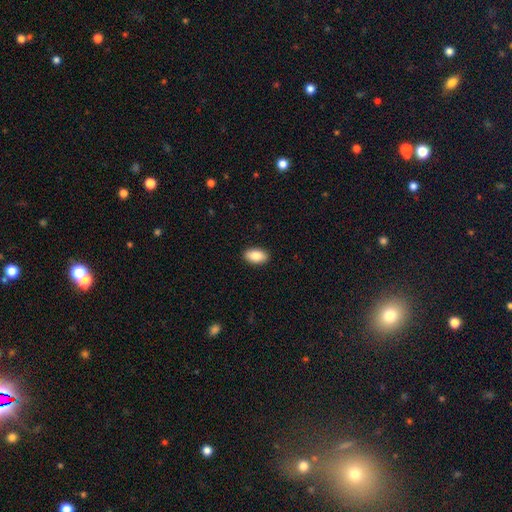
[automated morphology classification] The model was most divided on "smooth or featured": smooth: 87%, star or artifact: 7%, featured or disk: 6%. More confident: how rounded — in between (93%); merging — none (90%).